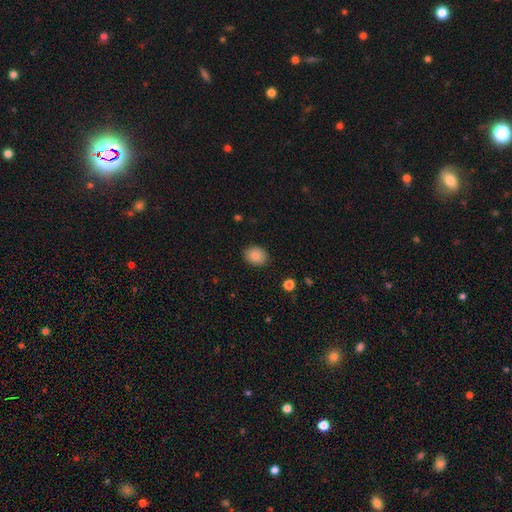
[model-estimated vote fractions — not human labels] Smooth or featured: smooth — 83% (star or artifact — 9%)
How rounded: in between — 50% (round — 49%)
Merging: none — 87% (minor disturbance — 9%)